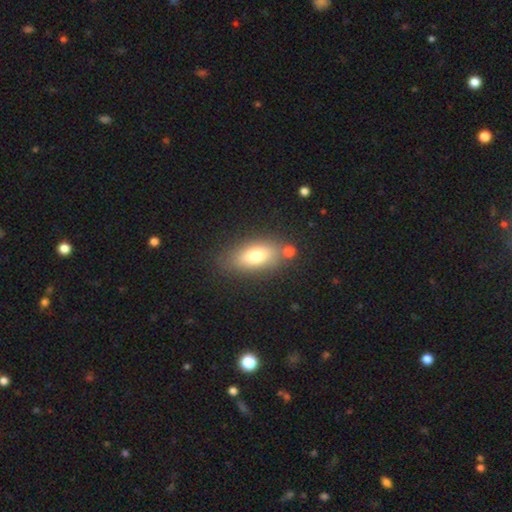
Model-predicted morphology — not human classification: Smooth or featured? smooth (74%)
How rounded? in between (83%)
Merging? none (73%)